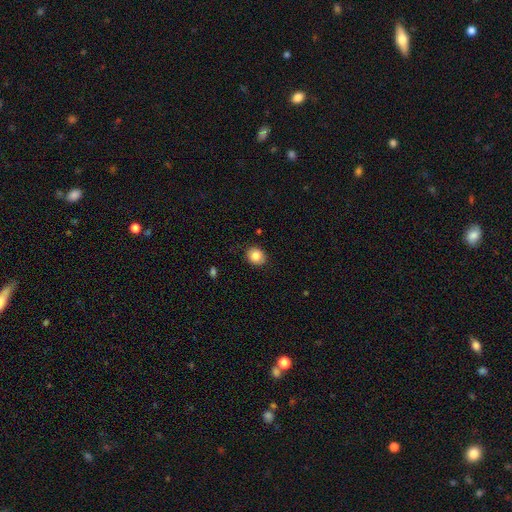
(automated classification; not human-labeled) Smooth or featured? smooth (84%)
How rounded? round (66%)
Merging? none (88%)